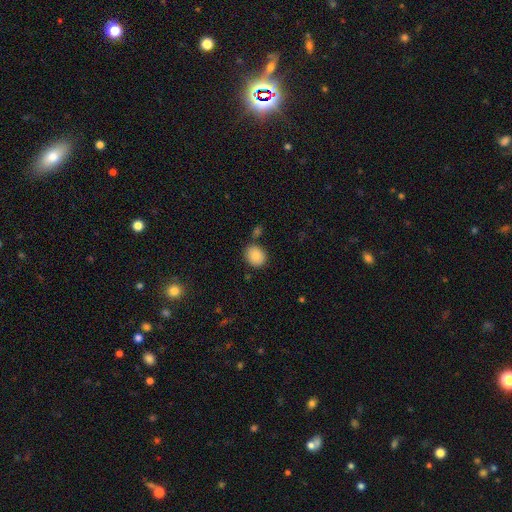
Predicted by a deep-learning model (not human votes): Morphology: type=smooth (85%); roundness=round (58%); merging=none (78%).